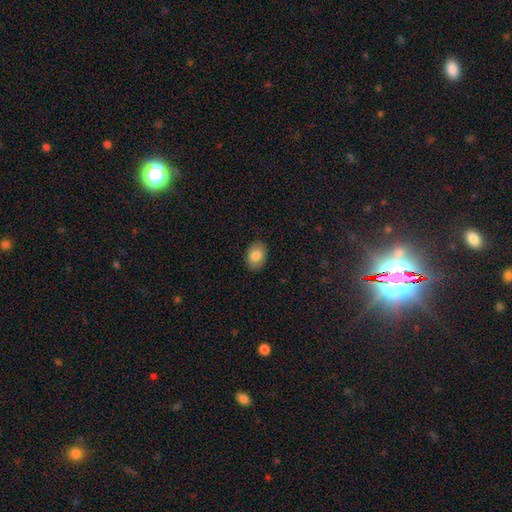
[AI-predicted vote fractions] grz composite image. It shows a smooth galaxy with no disk features (82%) that is in between round and cigar-shaped (80%). Merging: none (88%).